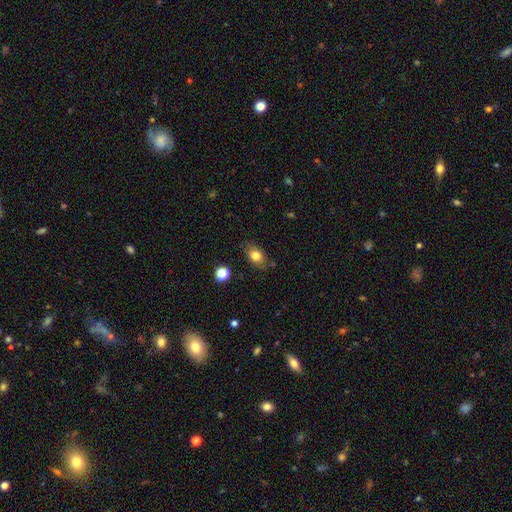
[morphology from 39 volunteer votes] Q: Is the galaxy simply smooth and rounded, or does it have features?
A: smooth — 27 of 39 (69%).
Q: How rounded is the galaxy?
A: in between — 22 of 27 (81%).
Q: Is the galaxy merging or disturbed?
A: none — 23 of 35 (66%).